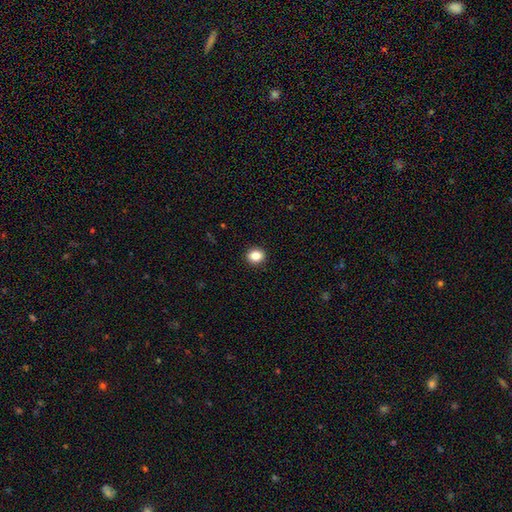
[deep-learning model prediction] Morphology: type=smooth (85%); roundness=round (73%); merging=none (93%).